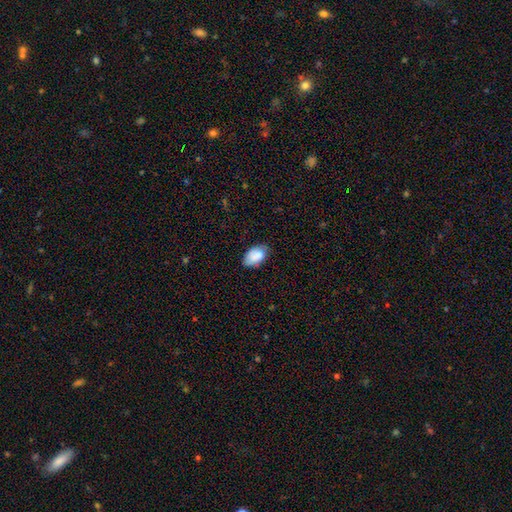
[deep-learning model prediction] smooth_or_featured: smooth (p=0.86) [alt: star or artifact p=0.07]
how_rounded: in between (p=0.92) [alt: round p=0.07]
merging: none (p=0.70) [alt: minor disturbance p=0.25]